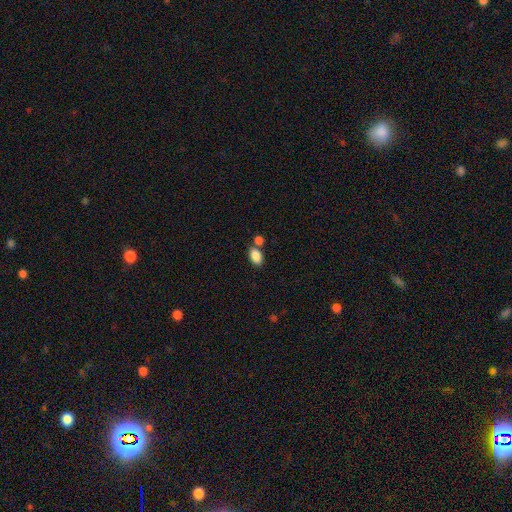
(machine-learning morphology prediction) Overall: smooth (86%). How rounded: in between (90%). Merging: none (59%; merger 26%).